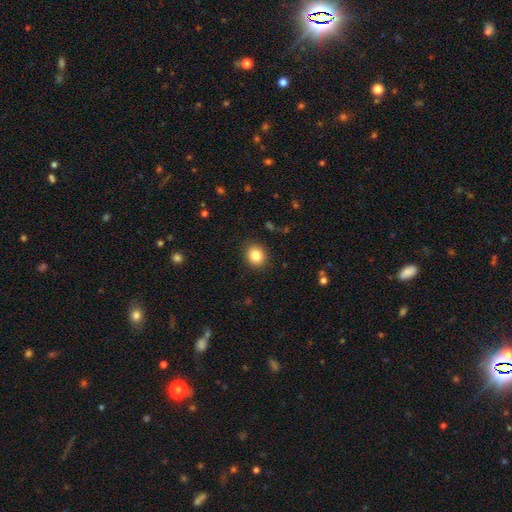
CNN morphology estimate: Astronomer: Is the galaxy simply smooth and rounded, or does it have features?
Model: smooth — 84%.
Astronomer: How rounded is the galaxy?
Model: round — 77%.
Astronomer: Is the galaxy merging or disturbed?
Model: none — 90%.